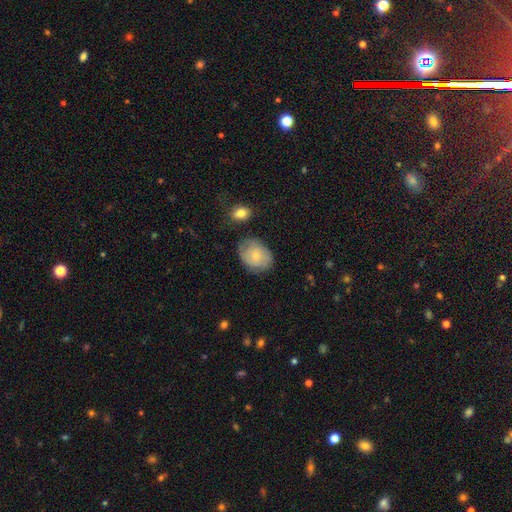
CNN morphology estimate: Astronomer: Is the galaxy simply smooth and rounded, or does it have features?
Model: smooth — 60%.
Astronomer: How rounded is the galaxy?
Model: in between — 54% (runner-up: round, 45%).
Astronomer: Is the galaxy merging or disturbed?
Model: none — 70%.